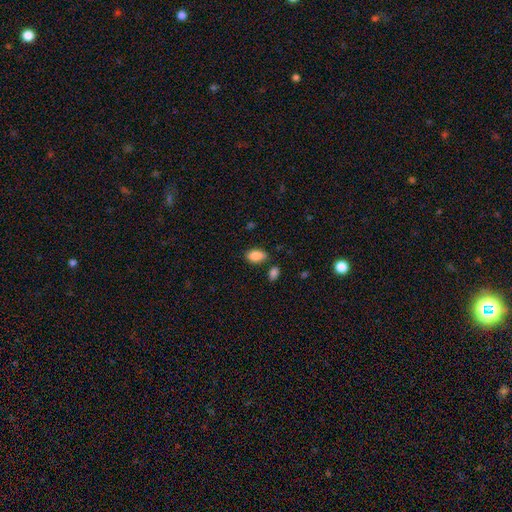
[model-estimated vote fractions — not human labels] Smooth or featured: smooth — 87% (star or artifact — 8%)
How rounded: in between — 92% (round — 5%)
Merging: none — 75% (minor disturbance — 16%)